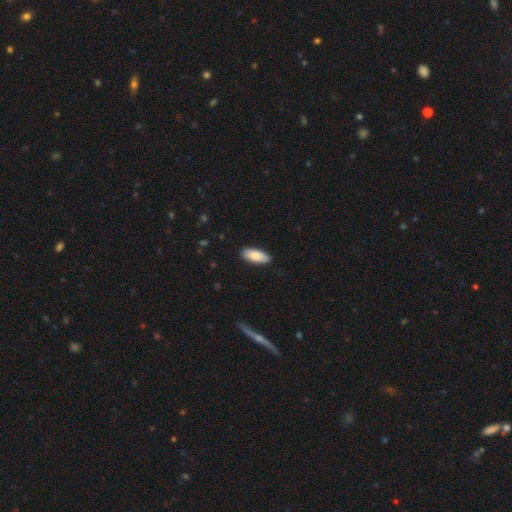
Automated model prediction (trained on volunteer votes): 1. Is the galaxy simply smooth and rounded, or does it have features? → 87% smooth, 8% featured or disk, 6% star or artifact.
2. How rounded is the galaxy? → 84% in between, 14% cigar-shaped, 2% round.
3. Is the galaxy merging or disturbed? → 89% none, 8% minor disturbance, 2% major disturbance, 1% merger.